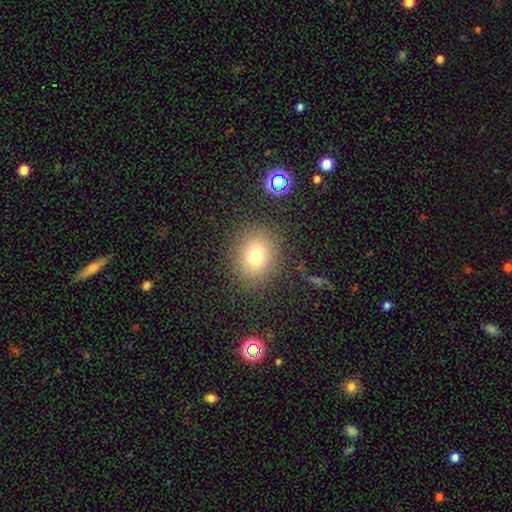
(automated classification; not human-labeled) smooth_or_featured: smooth (p=0.73) [alt: star or artifact p=0.16]
how_rounded: round (p=0.71) [alt: in between p=0.28]
merging: none (p=0.86) [alt: minor disturbance p=0.08]